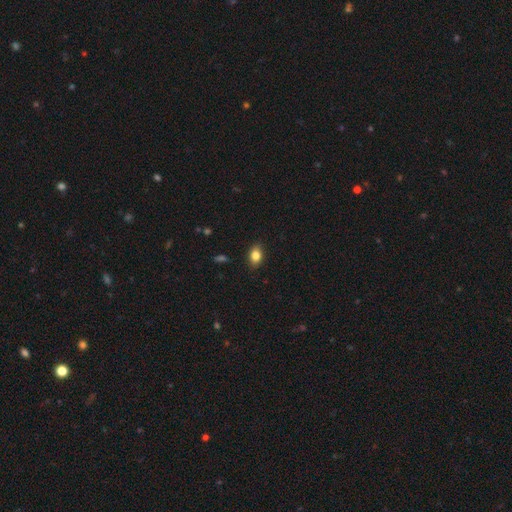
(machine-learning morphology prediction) The model was most divided on "how rounded": in between: 81%, round: 17%, cigar-shaped: 2%. More confident: merging — none (86%); smooth or featured — smooth (82%).